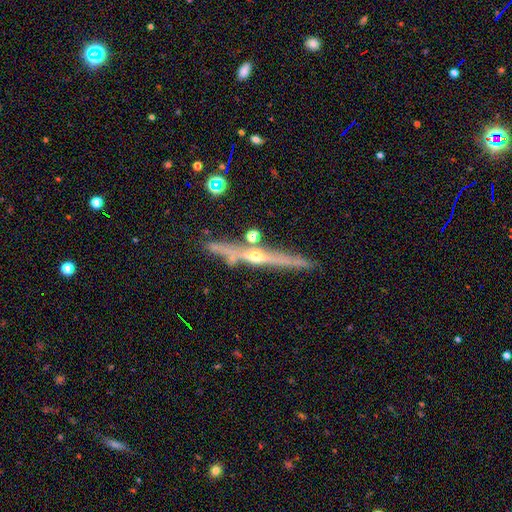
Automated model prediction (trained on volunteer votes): Smooth or featured: featured or disk — 75% (smooth — 17%)
Edge-on disk: yes — 95% (no — 5%)
Edge-on bulge: rounded — 84% (none — 13%)
Merging: none — 76% (minor disturbance — 13%)